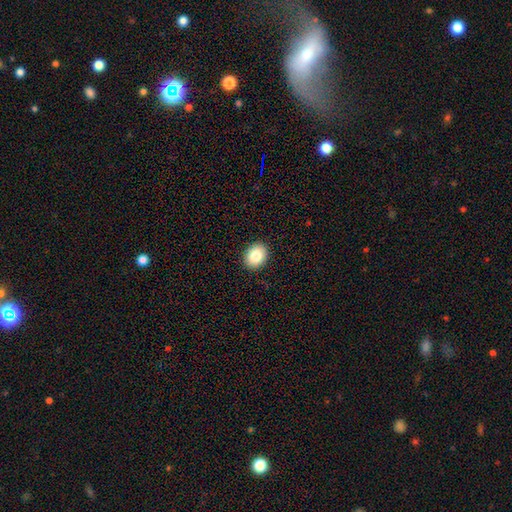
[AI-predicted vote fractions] smooth 86%, star or artifact 8%, featured or disk 6%. Down the decision tree: how rounded — in between (56%); merging — none (91%).